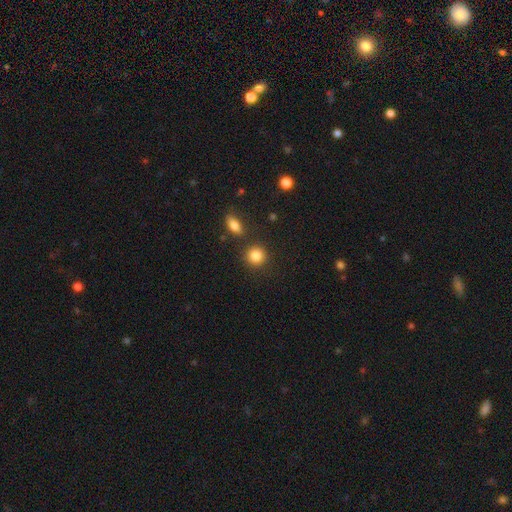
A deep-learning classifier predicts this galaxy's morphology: Smooth or featured? Predicted: smooth (p=0.86). How rounded? Predicted: round (p=0.88). Merging? Predicted: none (p=0.83).